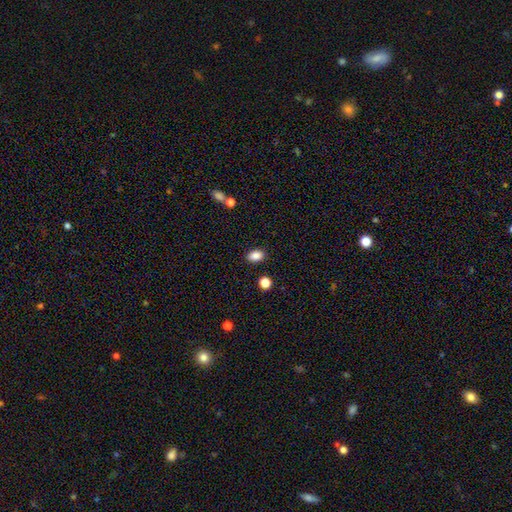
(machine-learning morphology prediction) Smooth or featured? Predicted: smooth (p=0.87). How rounded? Predicted: in between (p=0.83). Merging? Predicted: none (p=0.87).